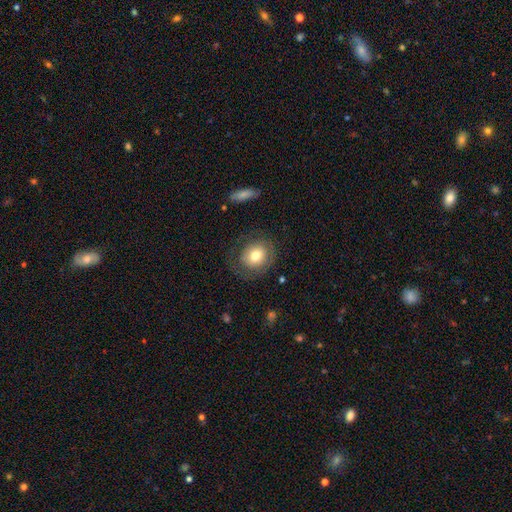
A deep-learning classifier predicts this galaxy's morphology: Overall: smooth (68%). How rounded: round (67%; in between 32%). Merging: none (72%).